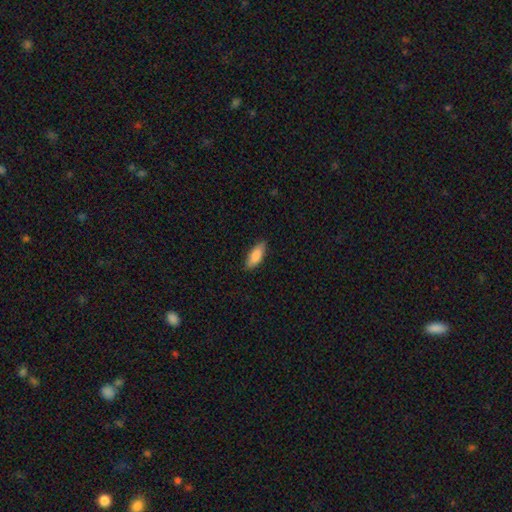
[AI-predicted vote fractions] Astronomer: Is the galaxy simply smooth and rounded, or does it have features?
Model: smooth — 86%.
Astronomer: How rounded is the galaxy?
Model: in between — 74%.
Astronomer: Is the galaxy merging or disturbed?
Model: none — 84%.